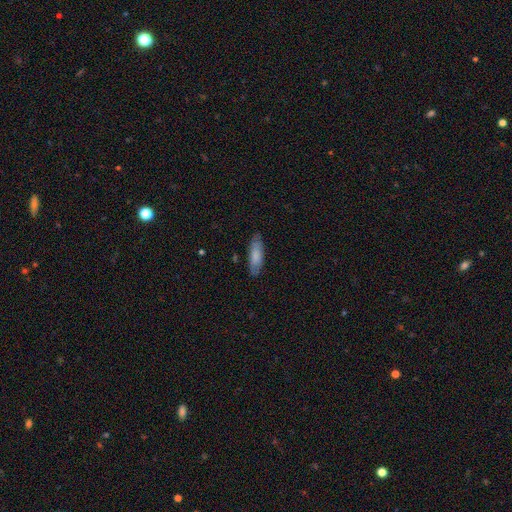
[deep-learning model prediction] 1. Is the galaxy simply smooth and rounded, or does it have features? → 78% smooth, 17% featured or disk, 5% star or artifact.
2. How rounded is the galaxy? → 55% in between, 43% cigar-shaped, 2% round.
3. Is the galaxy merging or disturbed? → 83% none, 13% minor disturbance, 2% major disturbance, 1% merger.